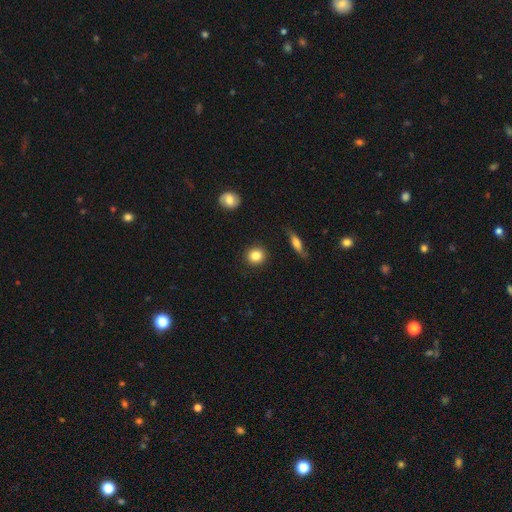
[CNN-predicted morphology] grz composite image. It shows a smooth galaxy with no disk features (85%) that is round (88%). Merging: none (90%).